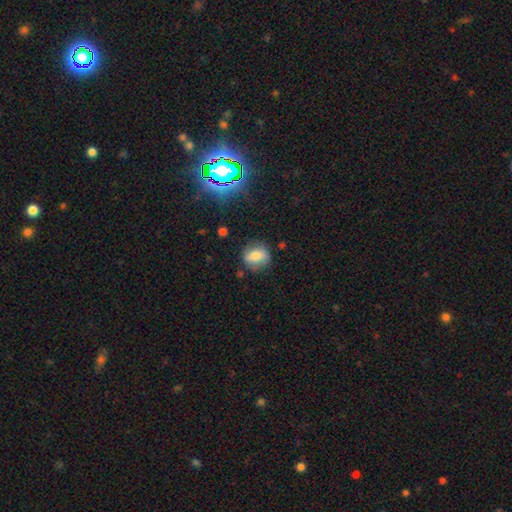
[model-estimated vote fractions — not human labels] This appears to be a smooth galaxy with no disk features (70%) that is round (56%). Merging: none (76%).